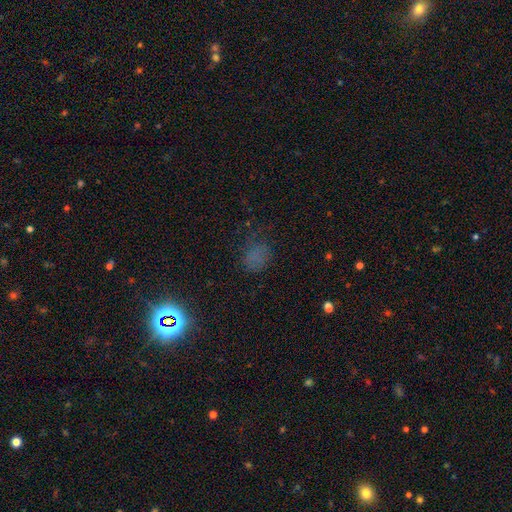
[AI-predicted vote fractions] This appears to be a smooth galaxy with no disk features (55%) that is round (53%). Merging: none (66%).